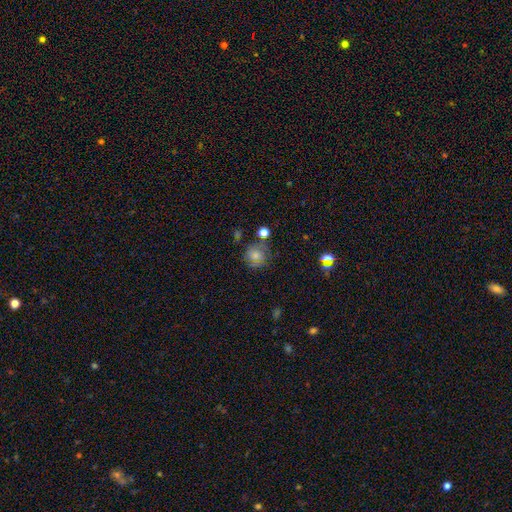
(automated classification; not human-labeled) Overall: smooth (64%). How rounded: round (89%). Merging: none (70%).